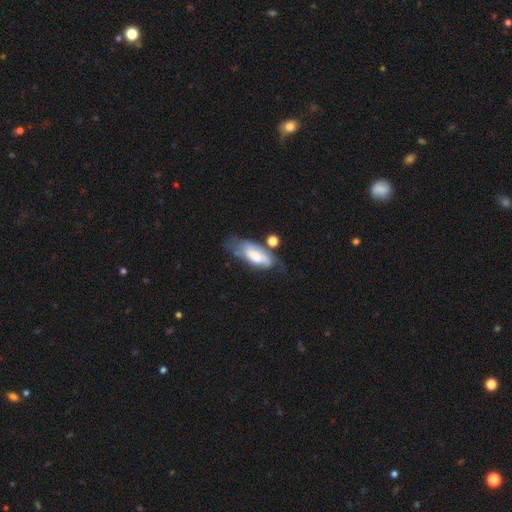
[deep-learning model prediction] Smooth or featured? Predicted: smooth (p=0.51). How rounded? Predicted: in between (p=0.79). Merging? Predicted: none (p=0.37).